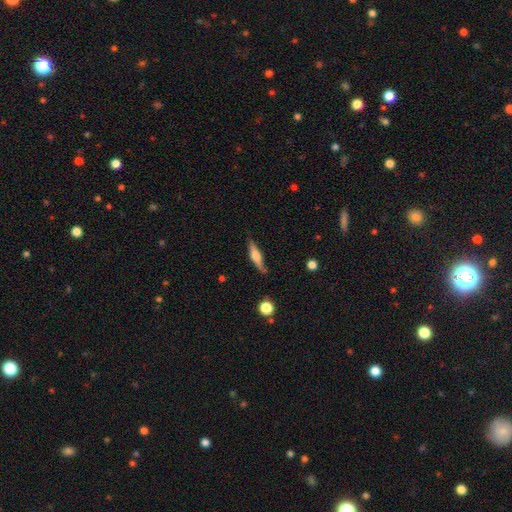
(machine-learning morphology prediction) Smooth or featured: featured or disk — 54% (smooth — 39%)
Edge-on disk: yes — 94% (no — 6%)
Edge-on bulge: rounded — 82% (boxy — 14%)
Merging: none — 79% (minor disturbance — 16%)